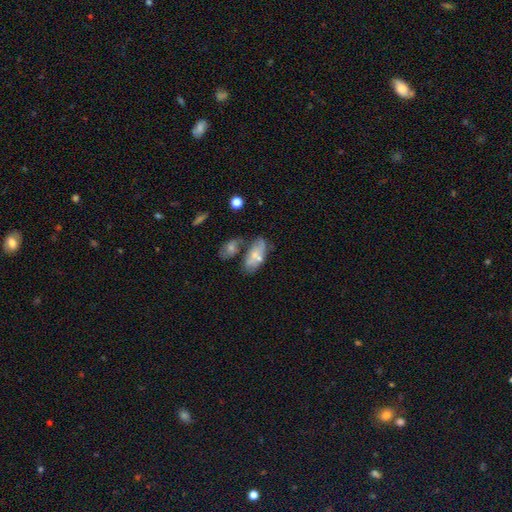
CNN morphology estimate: Smooth or featured?
  - smooth: 52% *
  - featured or disk: 40%
  - star or artifact: 8%
How rounded?
  - in between: 88% *
  - cigar-shaped: 8%
  - round: 4%
Merging?
  - merger: 40% *
  - none: 31%
  - minor disturbance: 18%
  - major disturbance: 11%